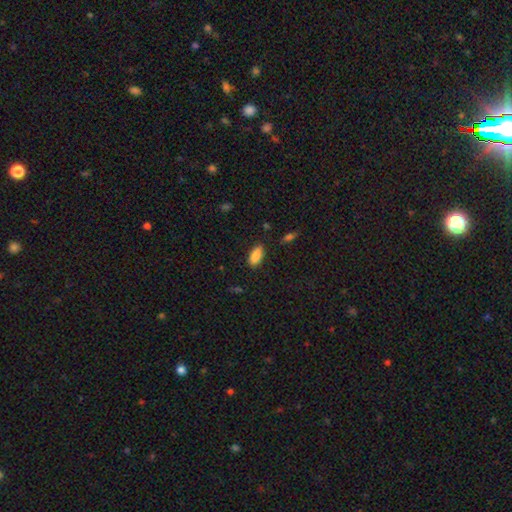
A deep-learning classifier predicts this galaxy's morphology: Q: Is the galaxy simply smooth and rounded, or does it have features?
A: smooth — 86%.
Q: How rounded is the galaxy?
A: in between — 88%.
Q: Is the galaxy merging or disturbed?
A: none — 84%.